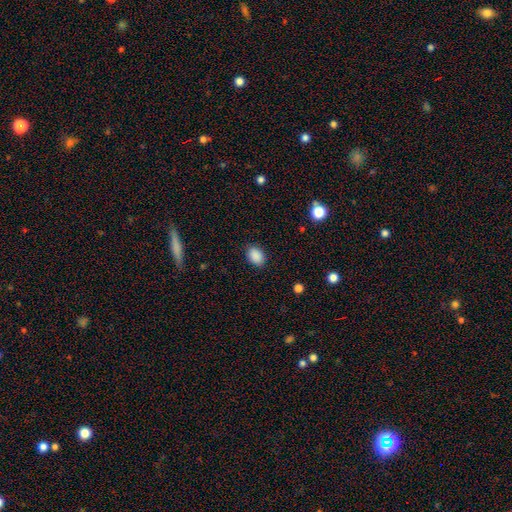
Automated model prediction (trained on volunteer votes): The model was most divided on "how rounded": in between: 75%, round: 24%, cigar-shaped: 1%. More confident: smooth or featured — smooth (89%); merging — none (88%).